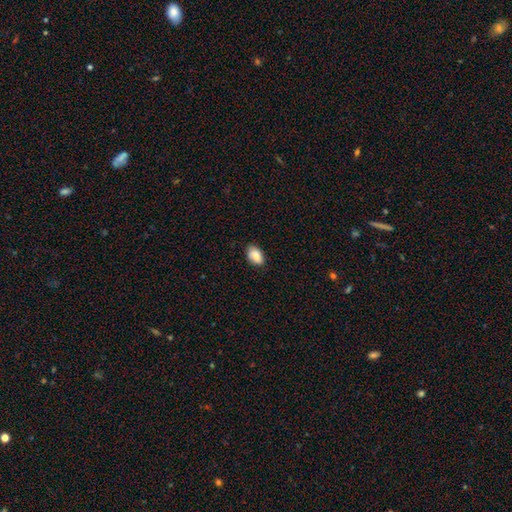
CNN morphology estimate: Smooth or featured?
  - smooth: 85% *
  - featured or disk: 8%
  - star or artifact: 7%
How rounded?
  - in between: 89% *
  - round: 9%
  - cigar-shaped: 1%
Merging?
  - none: 81% *
  - minor disturbance: 15%
  - major disturbance: 2%
  - merger: 1%